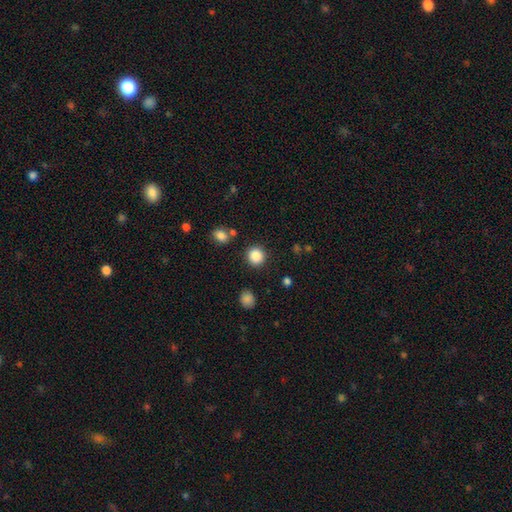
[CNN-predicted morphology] Overall: smooth (87%). How rounded: round (91%). Merging: none (87%).